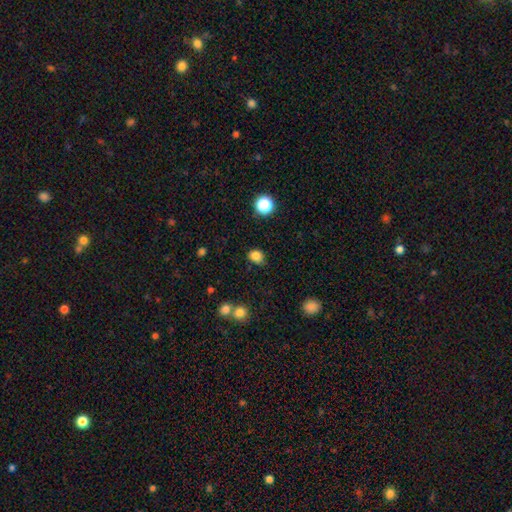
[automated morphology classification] A smooth galaxy with no disk features (83%) that is in between round and cigar-shaped (52%). Merging: none (73%).